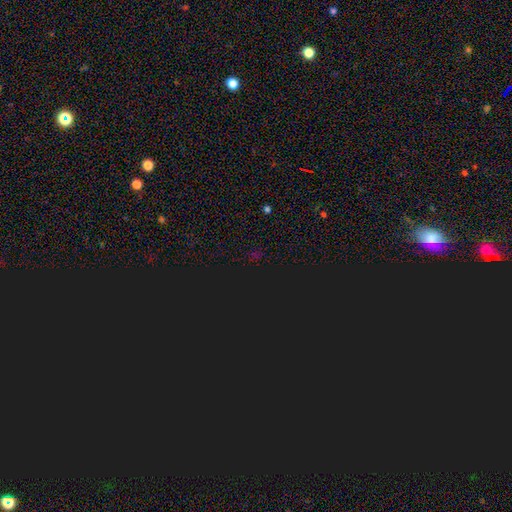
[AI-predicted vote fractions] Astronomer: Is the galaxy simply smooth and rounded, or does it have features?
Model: star or artifact — 76%.